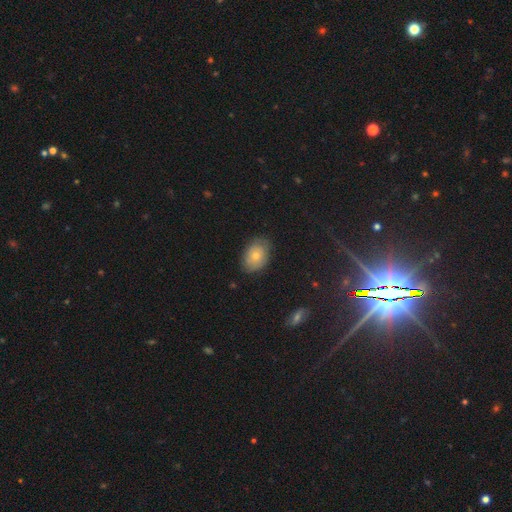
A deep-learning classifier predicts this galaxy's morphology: Smooth or featured?
  - smooth: 68% *
  - featured or disk: 23%
  - star or artifact: 9%
How rounded?
  - in between: 79% *
  - round: 20%
  - cigar-shaped: 1%
Merging?
  - none: 77% *
  - minor disturbance: 18%
  - major disturbance: 4%
  - merger: 1%